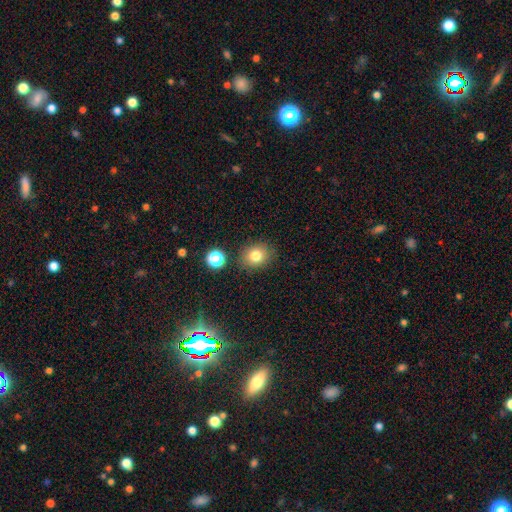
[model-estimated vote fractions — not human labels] Smooth or featured? Predicted: smooth (p=0.79). How rounded? Predicted: round (p=0.67). Merging? Predicted: none (p=0.83).